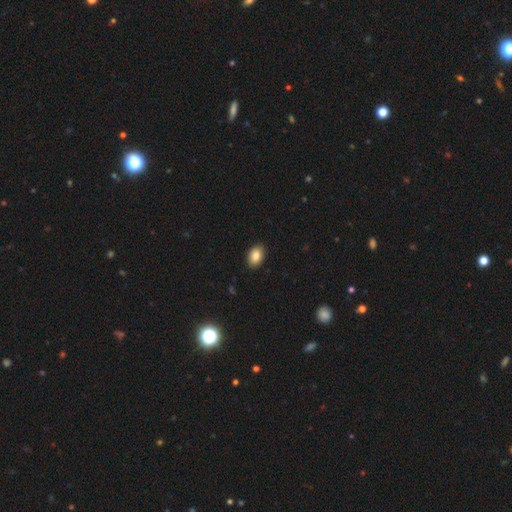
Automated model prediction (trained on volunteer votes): Smooth or featured: smooth — 85% (star or artifact — 8%)
How rounded: in between — 85% (round — 14%)
Merging: none — 90% (minor disturbance — 7%)